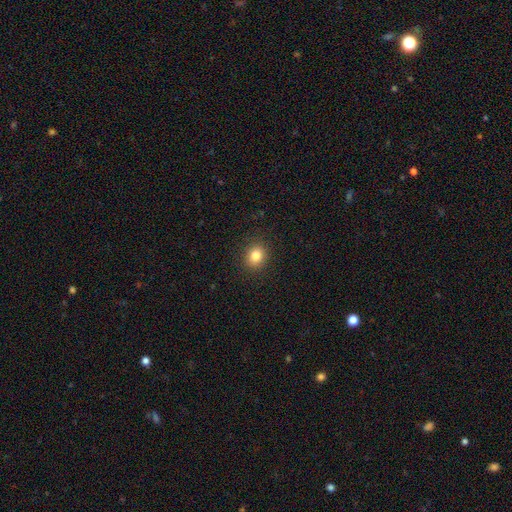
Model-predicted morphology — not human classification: Smooth or featured? Predicted: smooth (p=0.83). How rounded? Predicted: round (p=0.68). Merging? Predicted: none (p=0.90).